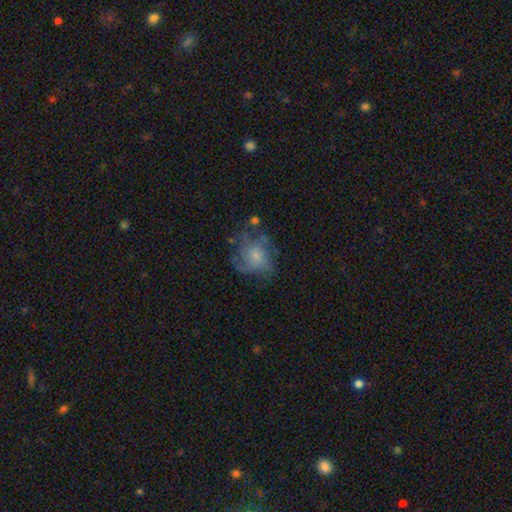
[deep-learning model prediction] smooth_or_featured: featured or disk (p=0.49) [alt: smooth p=0.41]
merging: none (p=0.51) [alt: minor disturbance p=0.24]